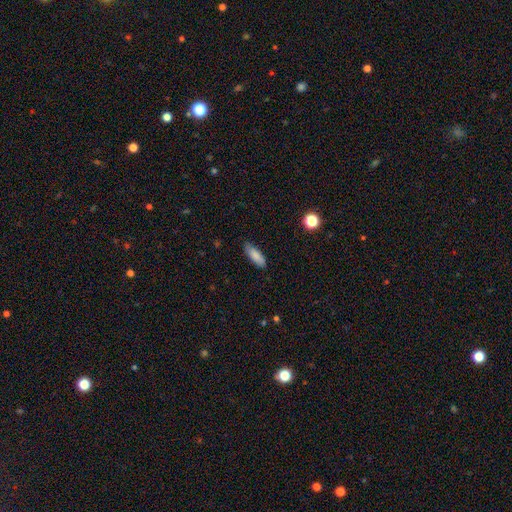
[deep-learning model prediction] smooth-or-featured: smooth: 85% | featured or disk: 8% | star or artifact: 7%
  how-rounded: in between: 62% | cigar-shaped: 37% | round: 2%
  merging: none: 81% | minor disturbance: 15% | major disturbance: 3% | merger: 1%